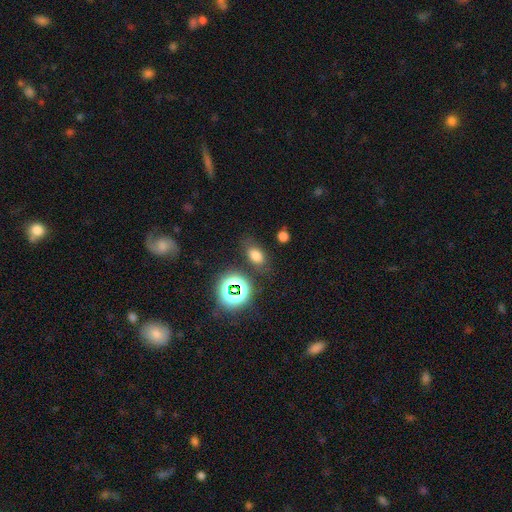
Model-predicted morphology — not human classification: This appears to be a smooth galaxy with no disk features (70%) that is in between round and cigar-shaped (81%). Merging: none (75%).